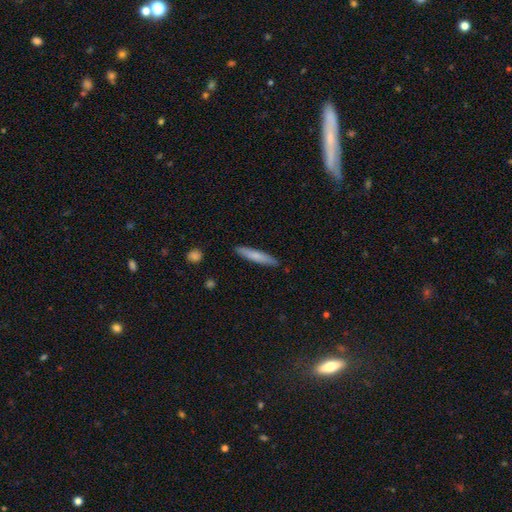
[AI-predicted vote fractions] A smooth galaxy with no disk features (74%) that is cigar-shaped (91%).

Vote fractions:
- Smooth or featured? smooth: 74% / featured or disk: 21% / star or artifact: 6%
- How rounded? cigar-shaped: 91% / in between: 8% / round: 1%
- Merging? none: 88% / minor disturbance: 9% / major disturbance: 2% / merger: 1%